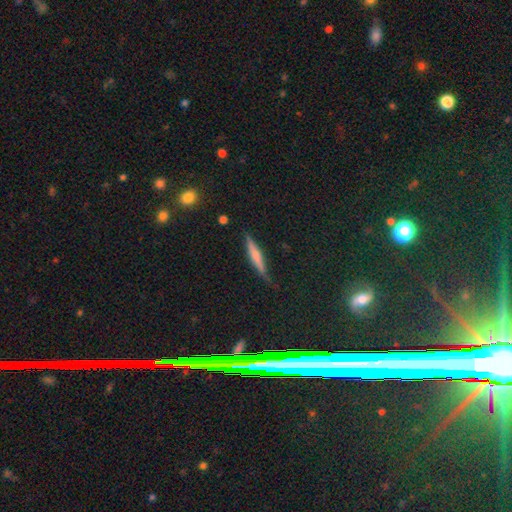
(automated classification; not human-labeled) Smooth or featured? smooth (49%)
Merging? none (80%)